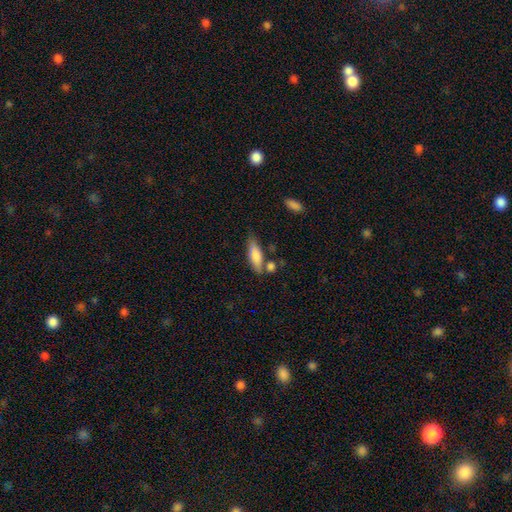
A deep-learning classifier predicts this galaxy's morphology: This appears to be a smooth galaxy with no disk features (75%) that is in between round and cigar-shaped (59%). Merging: none (58%).